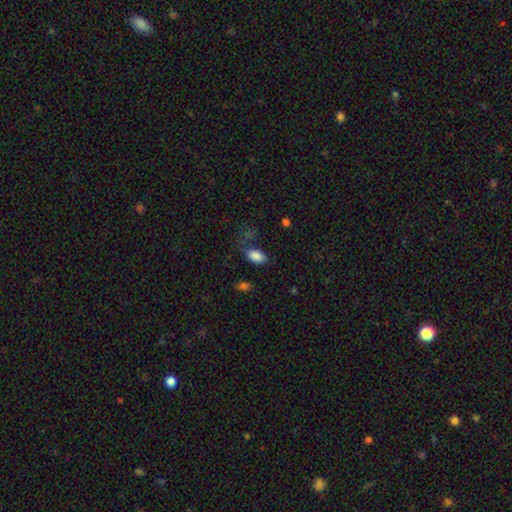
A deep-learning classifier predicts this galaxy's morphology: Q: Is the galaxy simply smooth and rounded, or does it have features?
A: smooth — 86%.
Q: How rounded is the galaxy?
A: in between — 94%.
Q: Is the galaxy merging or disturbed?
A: none — 67%.